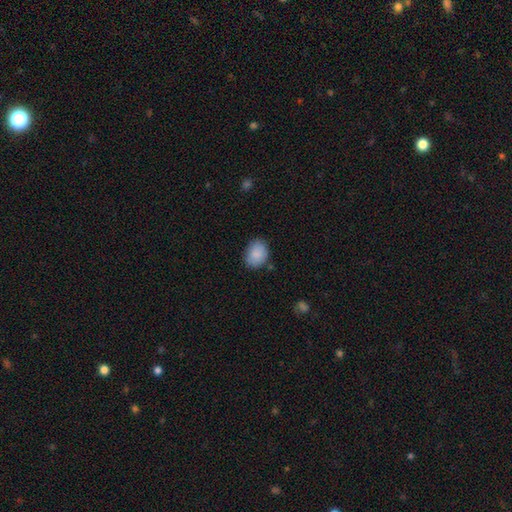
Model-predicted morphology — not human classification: Overall: smooth (87%). How rounded: in between (58%; round 41%). Merging: none (77%).